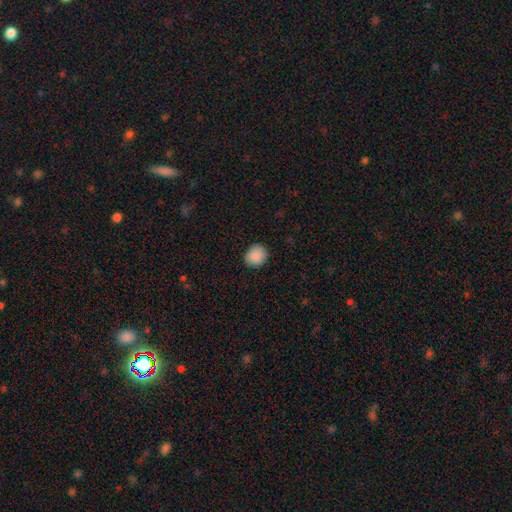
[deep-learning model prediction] This appears to be a smooth galaxy with no disk features (89%) that is round (86%). Merging: none (89%).